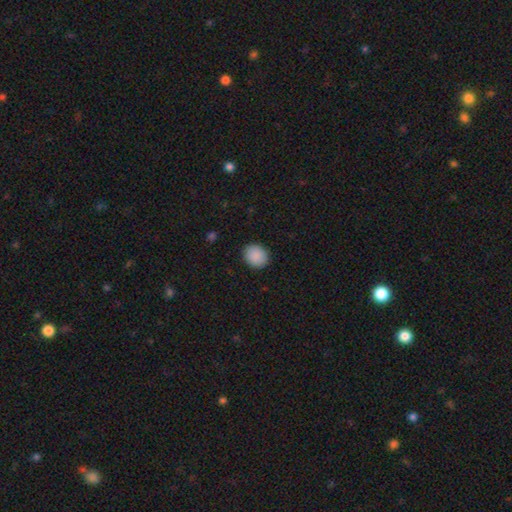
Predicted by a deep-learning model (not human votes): smooth 90%, star or artifact 7%, featured or disk 3%. Down the decision tree: how rounded — round (67%); merging — none (89%).